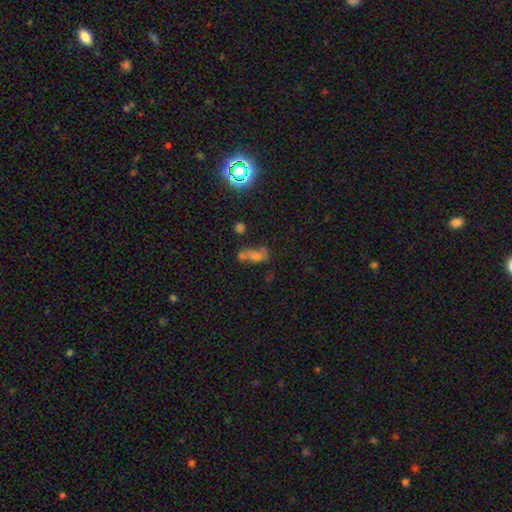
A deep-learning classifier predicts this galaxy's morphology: This is possibly a smooth galaxy (49%). Merging: marginally merger (41%).